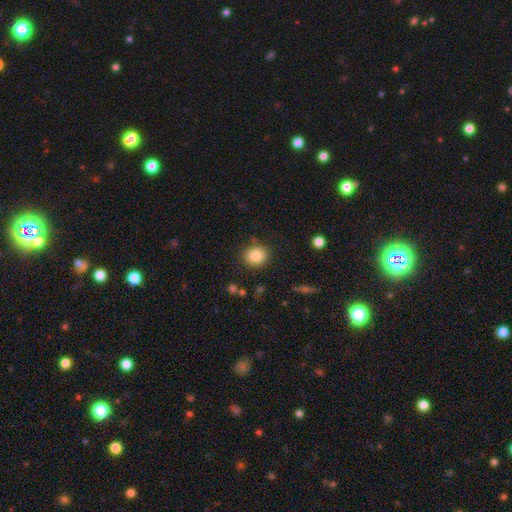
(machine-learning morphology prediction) A smooth galaxy with no disk features (84%) that is round (72%). Merging: none (85%).